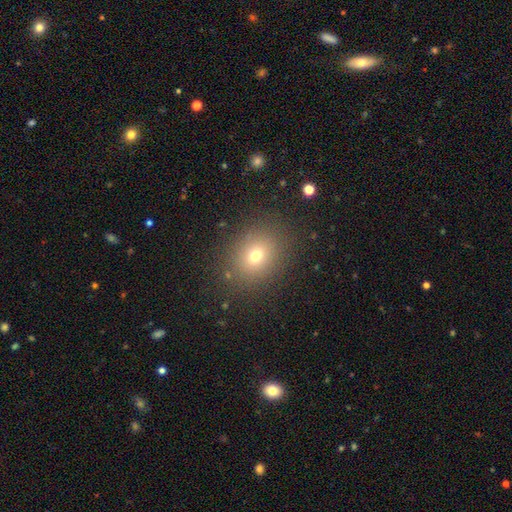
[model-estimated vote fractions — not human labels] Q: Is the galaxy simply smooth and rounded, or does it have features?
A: smooth — 70%.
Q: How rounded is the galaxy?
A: round — 59%.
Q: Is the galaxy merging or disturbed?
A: none — 85%.